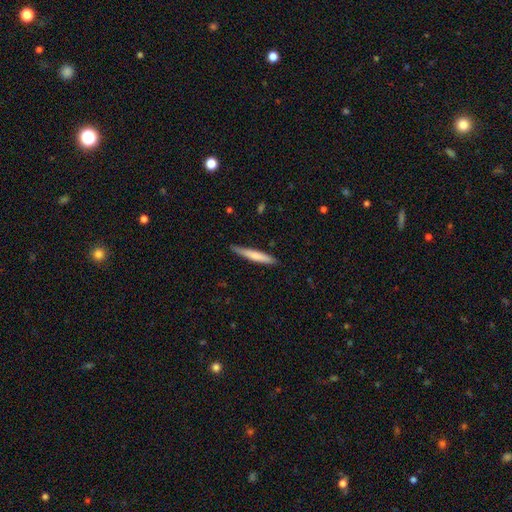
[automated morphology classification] type=smooth (70%); roundness=cigar-shaped (93%); merging=none (82%).